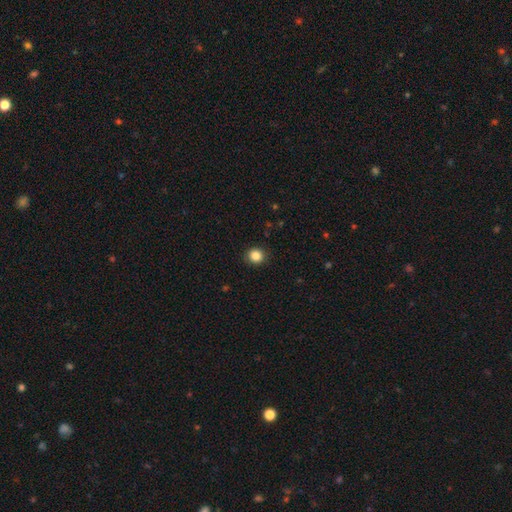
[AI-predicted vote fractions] The model was most divided on "smooth or featured": smooth: 85%, star or artifact: 11%, featured or disk: 4%. More confident: merging — none (91%); how rounded — round (87%).